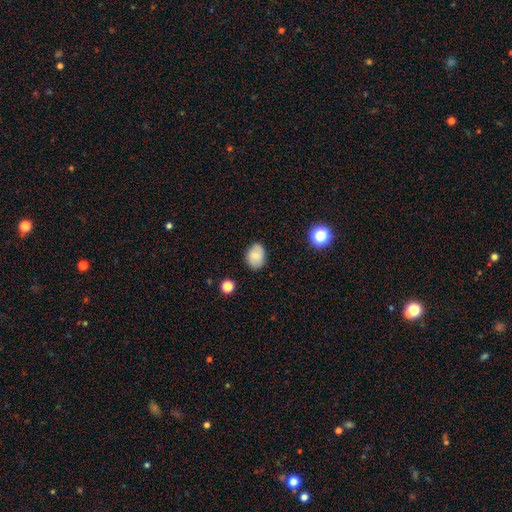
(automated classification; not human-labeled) smooth_or_featured: smooth (p=0.78) [alt: featured or disk p=0.12]
how_rounded: in between (p=0.65) [alt: round p=0.34]
merging: none (p=0.81) [alt: minor disturbance p=0.15]